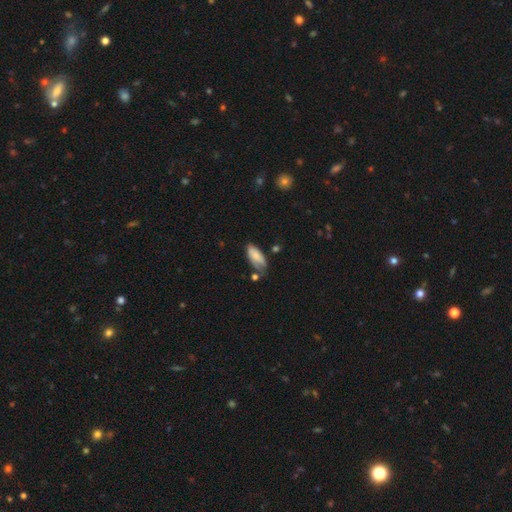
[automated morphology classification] A smooth galaxy with no disk features (74%) that is in between round and cigar-shaped (85%).

Vote fractions:
- Smooth or featured? smooth: 74% / featured or disk: 19% / star or artifact: 7%
- How rounded? in between: 85% / cigar-shaped: 12% / round: 2%
- Merging? none: 49% / minor disturbance: 33% / major disturbance: 10% / merger: 8%